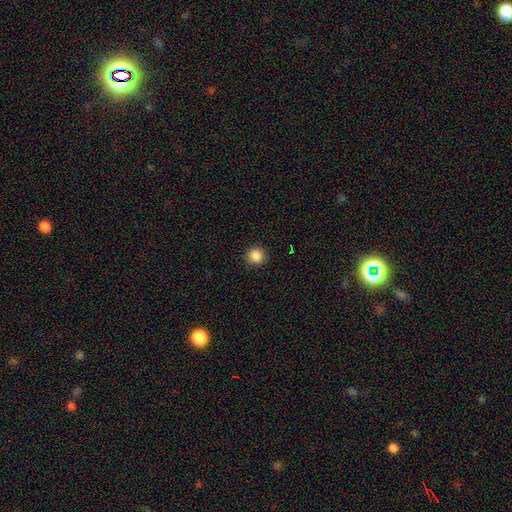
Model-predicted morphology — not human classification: Smooth or featured? Predicted: smooth (p=0.87). How rounded? Predicted: round (p=0.95). Merging? Predicted: none (p=0.92).